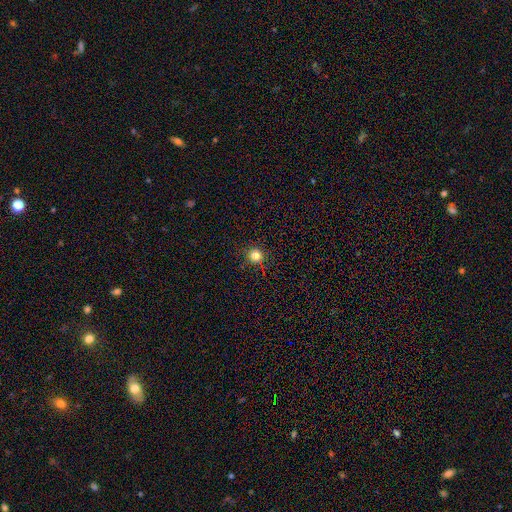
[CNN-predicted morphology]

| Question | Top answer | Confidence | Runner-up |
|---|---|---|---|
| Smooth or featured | smooth | 79% | star or artifact (15%) |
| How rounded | round | 94% | in between (5%) |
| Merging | none | 89% | minor disturbance (7%) |